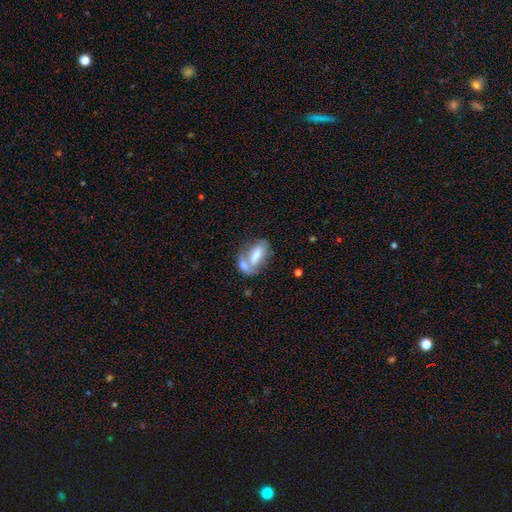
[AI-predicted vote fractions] smooth_or_featured: smooth (p=0.64) [alt: featured or disk p=0.28]
how_rounded: in between (p=0.83) [alt: cigar-shaped p=0.13]
merging: merger (p=0.53) [alt: none p=0.27]